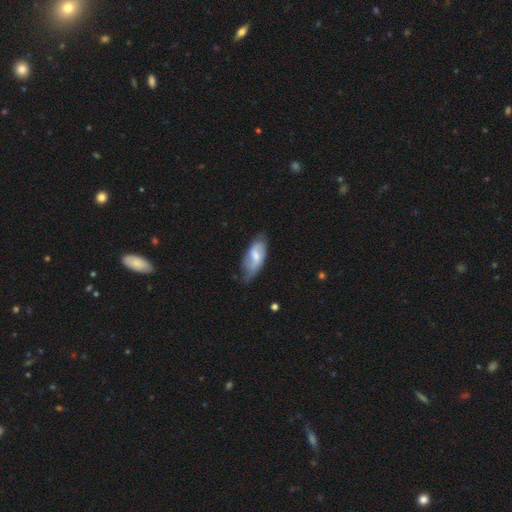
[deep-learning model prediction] Smooth or featured: featured or disk — 52% (smooth — 42%)
Edge-on disk: no — 91% (yes — 9%)
Merging: none — 61% (minor disturbance — 30%)